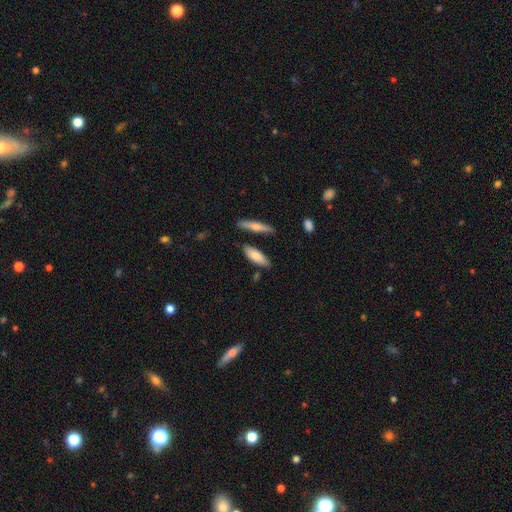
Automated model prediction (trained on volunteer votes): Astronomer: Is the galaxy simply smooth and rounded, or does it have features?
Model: smooth — 78%.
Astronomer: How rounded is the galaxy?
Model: in between — 61% (runner-up: cigar-shaped, 37%).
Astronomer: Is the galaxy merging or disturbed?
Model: none — 76%.